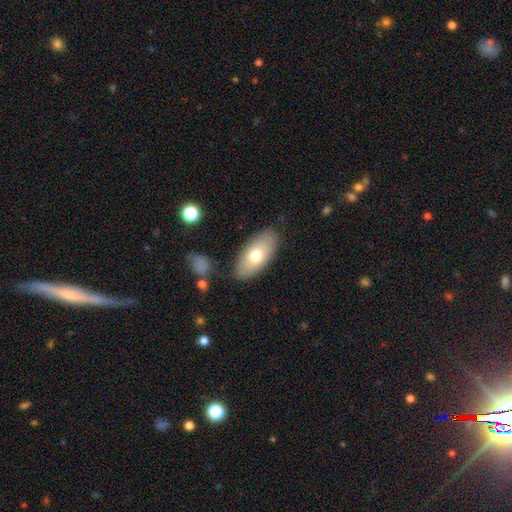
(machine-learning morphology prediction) Smooth or featured: smooth — 68% (featured or disk — 25%)
How rounded: in between — 89% (cigar-shaped — 8%)
Merging: none — 85% (minor disturbance — 11%)